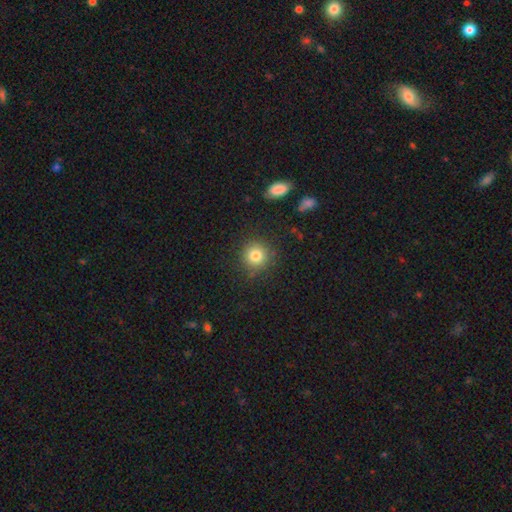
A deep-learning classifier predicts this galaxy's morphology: Smooth or featured?
  - smooth: 82% *
  - star or artifact: 11%
  - featured or disk: 7%
How rounded?
  - round: 92% *
  - in between: 7%
  - cigar-shaped: 1%
Merging?
  - none: 85% *
  - minor disturbance: 10%
  - major disturbance: 3%
  - merger: 2%